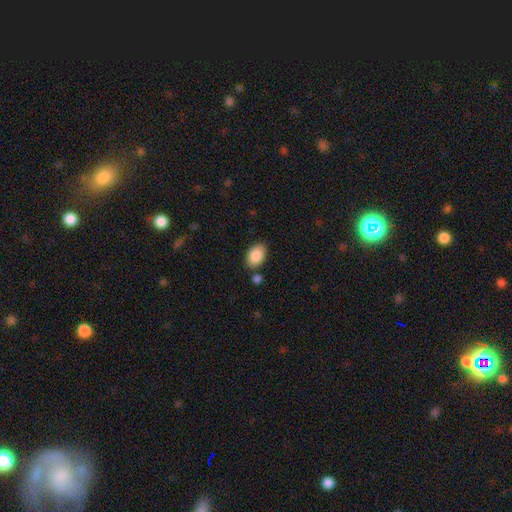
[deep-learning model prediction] A smooth galaxy with no disk features (88%) that is in between round and cigar-shaped (89%).

Vote fractions:
- Smooth or featured? smooth: 88% / star or artifact: 7% / featured or disk: 6%
- How rounded? in between: 89% / round: 10% / cigar-shaped: 1%
- Merging? none: 79% / minor disturbance: 13% / merger: 6% / major disturbance: 3%